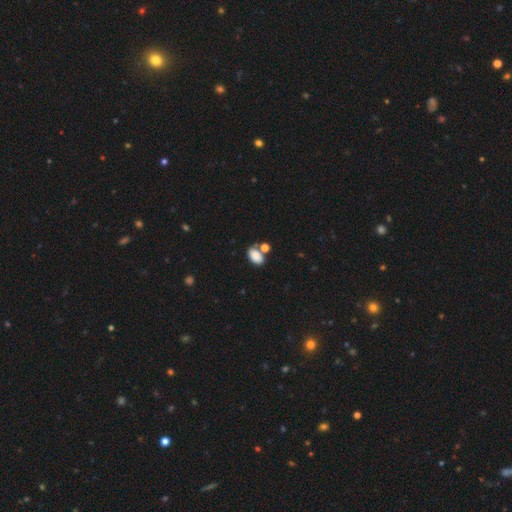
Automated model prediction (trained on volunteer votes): A smooth galaxy with no disk features (85%) that is in between round and cigar-shaped (89%). Merging: none (59%).